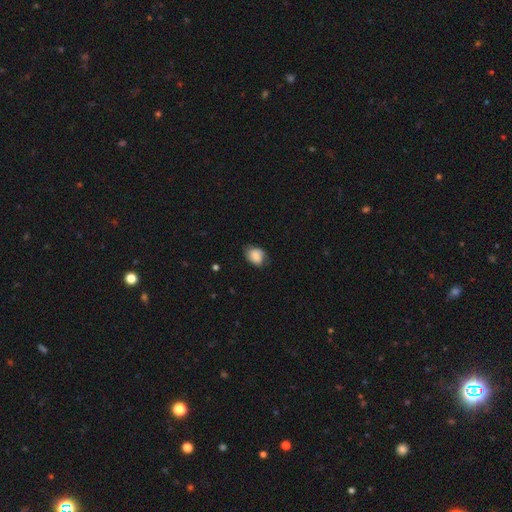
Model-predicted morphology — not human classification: The model was most divided on "merging": none: 62%, minor disturbance: 30%, major disturbance: 7%, merger: 1%. More confident: smooth or featured — smooth (81%); how rounded — in between (65%).